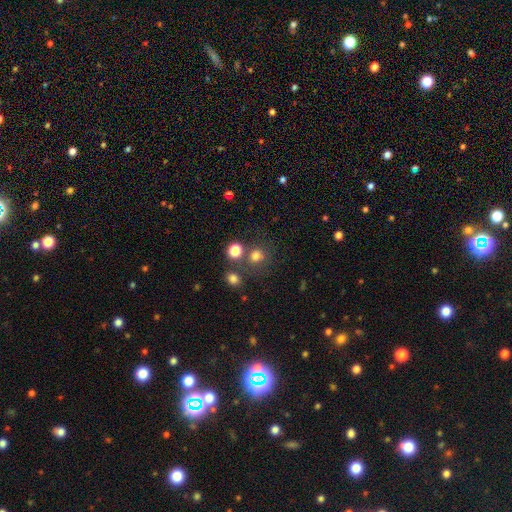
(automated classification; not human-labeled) Morphology: type=smooth (76%); roundness=round (84%); merging=none (67%).